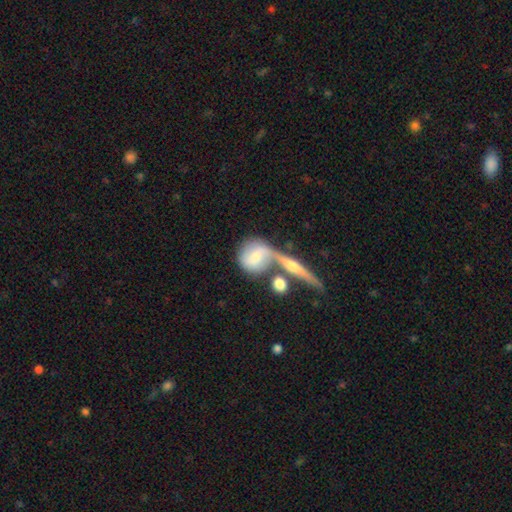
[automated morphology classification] Smooth or featured? Predicted: smooth (p=0.49). Merging? Predicted: none (p=0.39).